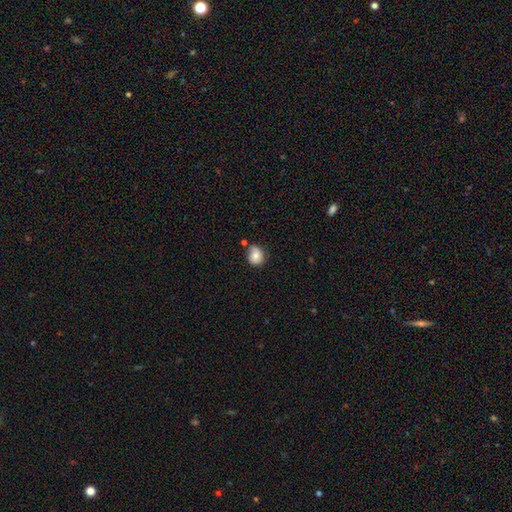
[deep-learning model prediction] The model was most divided on "how rounded": round: 65%, in between: 34%, cigar-shaped: 1%. More confident: smooth or featured — smooth (77%); merging — none (60%).